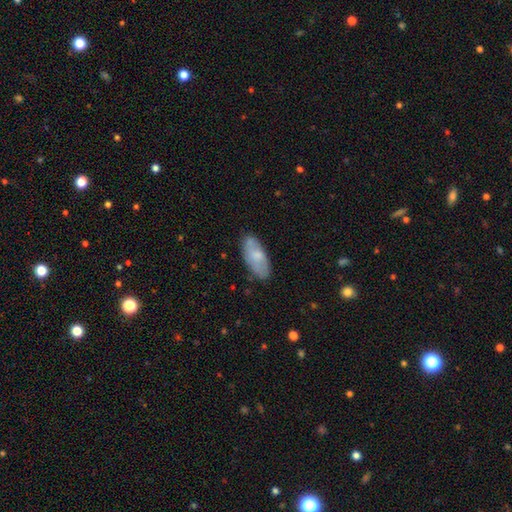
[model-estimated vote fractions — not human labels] The model was most divided on "smooth or featured": smooth: 66%, featured or disk: 27%, star or artifact: 6%. More confident: how rounded — in between (86%); merging — none (77%).